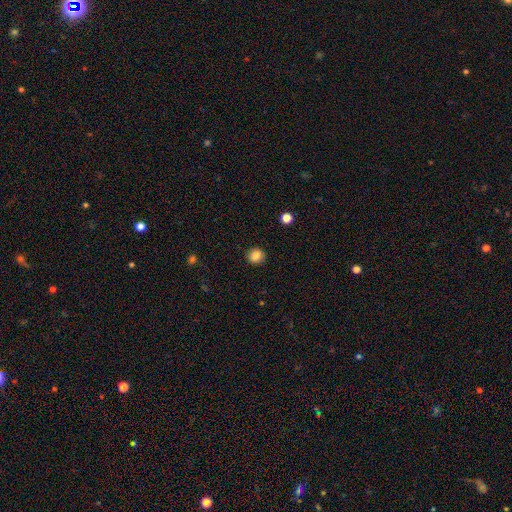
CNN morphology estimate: Smooth or featured?
  - smooth: 85% *
  - star or artifact: 10%
  - featured or disk: 5%
How rounded?
  - round: 89% *
  - in between: 10%
  - cigar-shaped: 1%
Merging?
  - none: 92% *
  - minor disturbance: 6%
  - major disturbance: 2%
  - merger: 1%